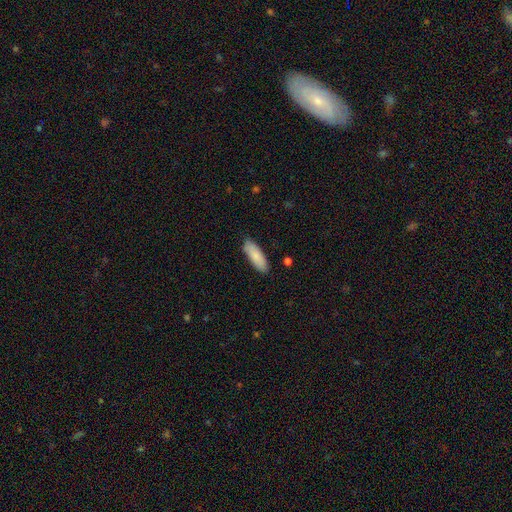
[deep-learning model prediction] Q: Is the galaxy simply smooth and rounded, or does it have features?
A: smooth — 86%.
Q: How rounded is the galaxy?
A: in between — 64%.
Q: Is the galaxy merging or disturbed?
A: none — 84%.